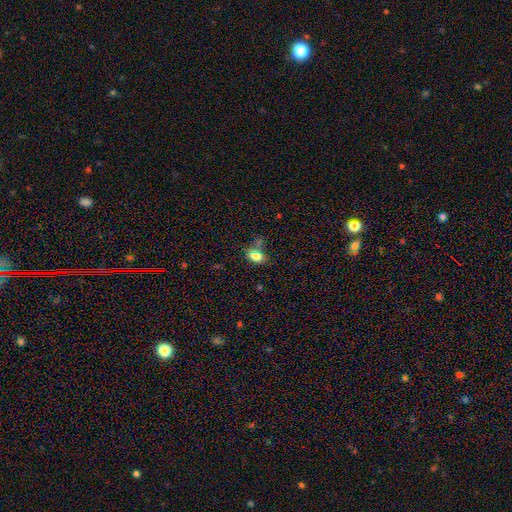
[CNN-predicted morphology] smooth_or_featured: smooth (p=0.75) [alt: star or artifact p=0.15]
how_rounded: in between (p=0.79) [alt: round p=0.19]
merging: none (p=0.55) [alt: minor disturbance p=0.21]